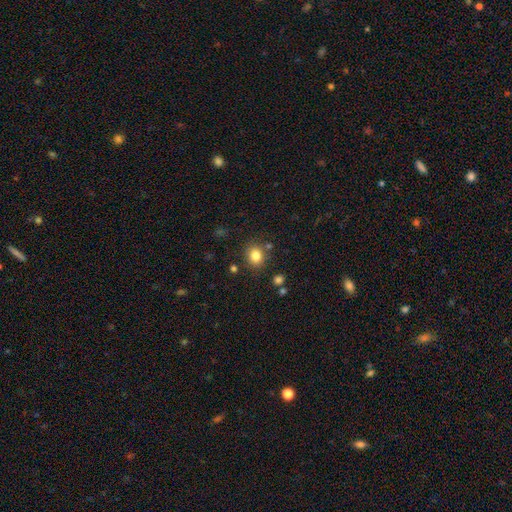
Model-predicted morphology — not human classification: Q: Smooth or featured?
A: smooth (82%); runner-up: star or artifact (11%)
Q: How rounded?
A: round (67%); runner-up: in between (32%)
Q: Merging?
A: none (82%); runner-up: minor disturbance (10%)